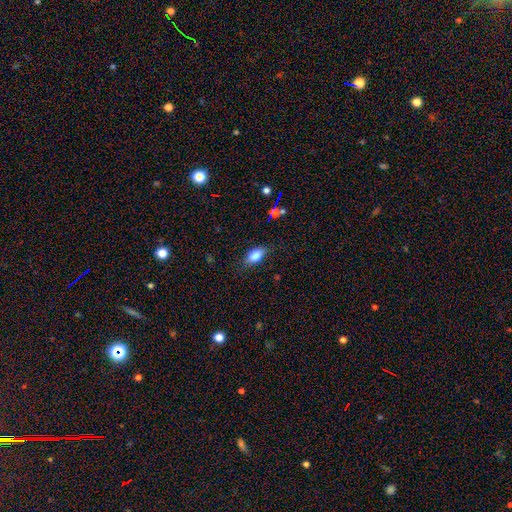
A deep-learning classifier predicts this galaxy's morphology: Q: Smooth or featured?
A: smooth (80%); runner-up: featured or disk (11%)
Q: How rounded?
A: in between (84%); runner-up: round (10%)
Q: Merging?
A: none (78%); runner-up: minor disturbance (16%)